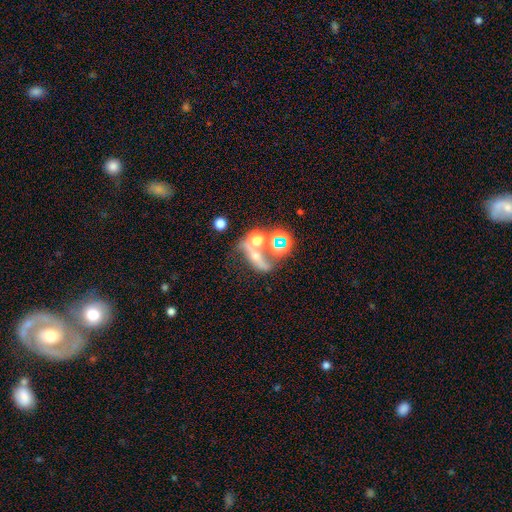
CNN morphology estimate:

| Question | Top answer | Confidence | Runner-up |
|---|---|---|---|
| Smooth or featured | smooth | 39% | featured or disk (31%) |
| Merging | merger | 42% | none (31%) |